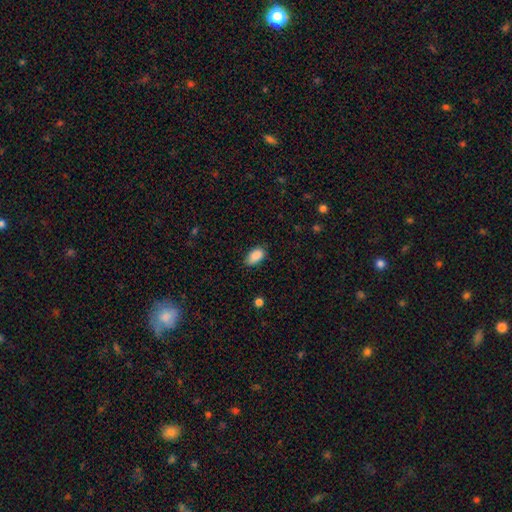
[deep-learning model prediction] This appears to be a smooth galaxy with no disk features (89%) that is in between round and cigar-shaped (92%). Merging: none (77%).